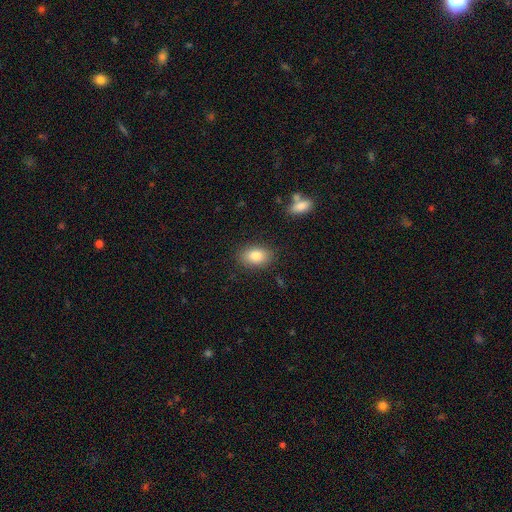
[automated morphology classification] Smooth or featured? Predicted: smooth (p=0.83). How rounded? Predicted: in between (p=0.85). Merging? Predicted: none (p=0.85).